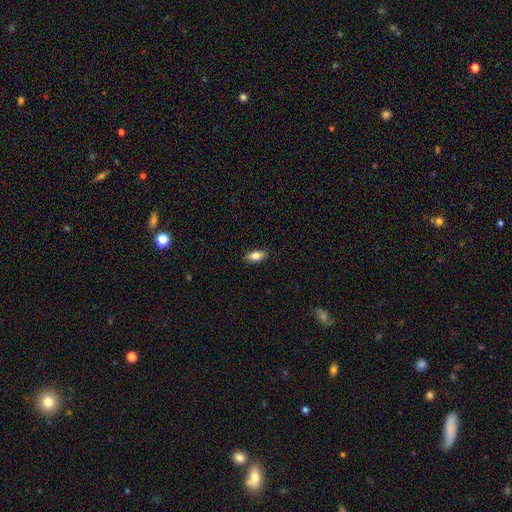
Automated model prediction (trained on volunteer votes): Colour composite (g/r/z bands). It shows a smooth galaxy with no disk features (81%) that is in between round and cigar-shaped (88%). Merging: none (87%).